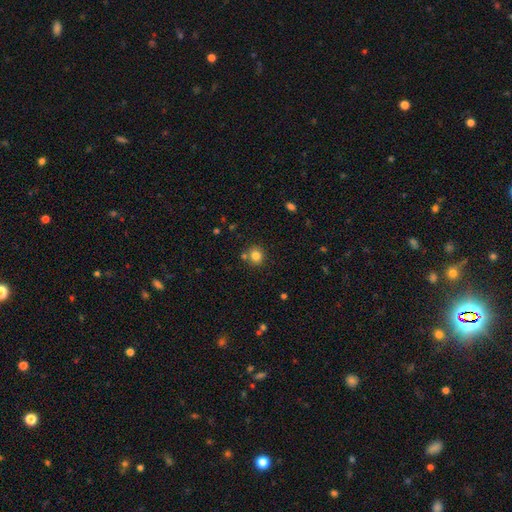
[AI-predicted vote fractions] Smooth or featured? smooth (81%)
How rounded? round (88%)
Merging? none (75%)